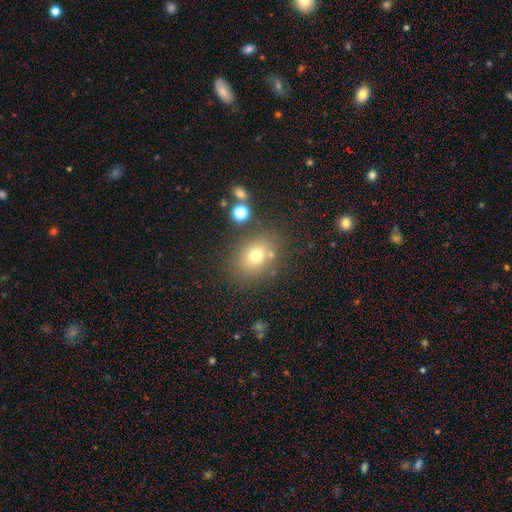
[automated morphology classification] Smooth or featured? Predicted: smooth (p=0.71). How rounded? Predicted: in between (p=0.55). Merging? Predicted: none (p=0.75).